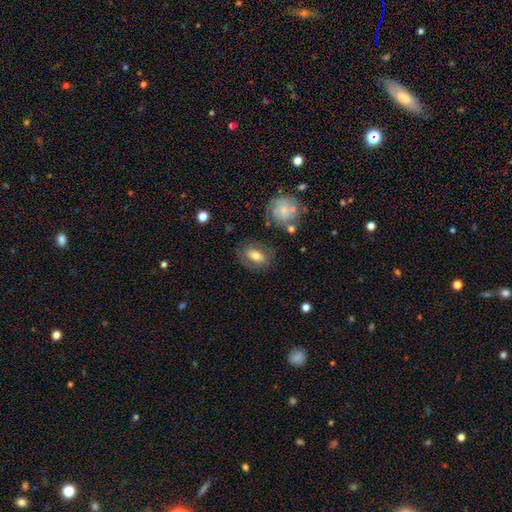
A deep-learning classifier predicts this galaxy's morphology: Overall: smooth (58%; featured or disk 34%). How rounded: in between (78%). Merging: none (73%).